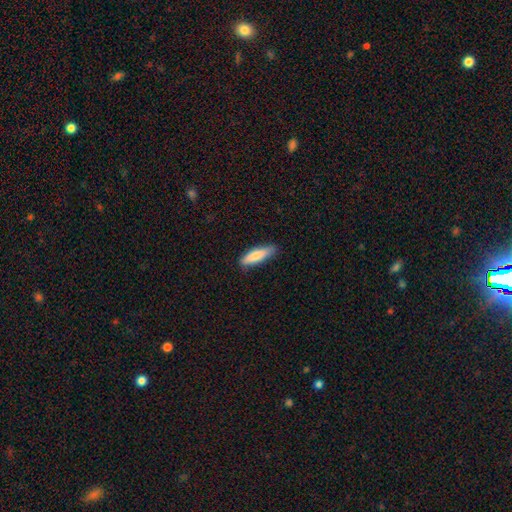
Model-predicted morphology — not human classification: Smooth or featured: smooth — 80% (featured or disk — 14%)
How rounded: cigar-shaped — 62% (in between — 36%)
Merging: none — 82% (minor disturbance — 15%)